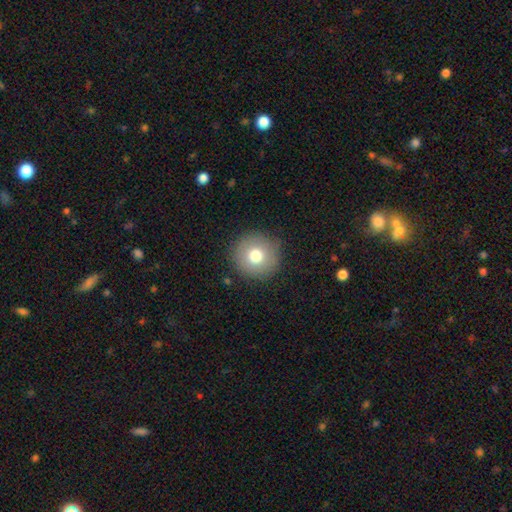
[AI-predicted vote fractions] Smooth or featured: smooth — 76% (featured or disk — 14%)
How rounded: round — 96% (in between — 3%)
Merging: none — 89% (minor disturbance — 8%)